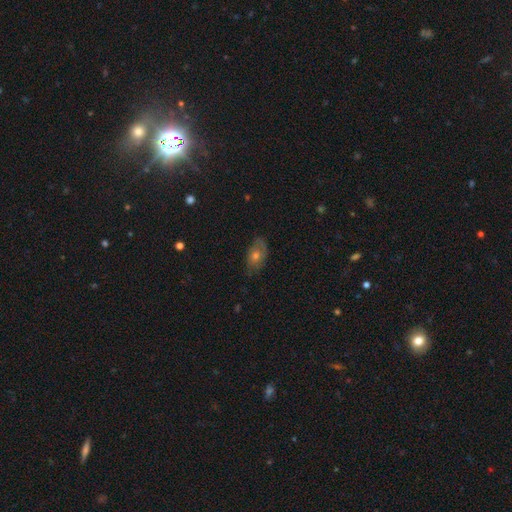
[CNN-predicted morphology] smooth 44%, featured or disk 42%, star or artifact 14%. Down the decision tree: merging — none (73%).